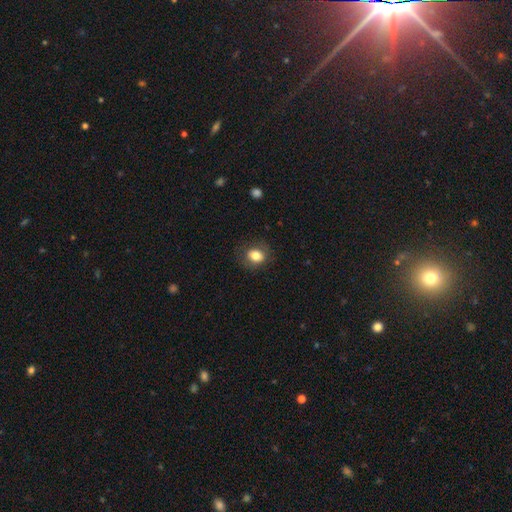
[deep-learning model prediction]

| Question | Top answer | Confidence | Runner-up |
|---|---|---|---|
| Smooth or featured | smooth | 80% | featured or disk (10%) |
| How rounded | round | 53% | in between (46%) |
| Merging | none | 81% | minor disturbance (13%) |